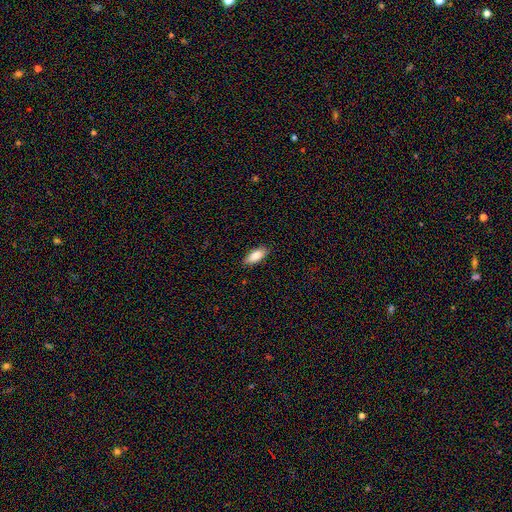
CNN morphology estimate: type=smooth (86%); roundness=in between (83%); merging=none (88%).